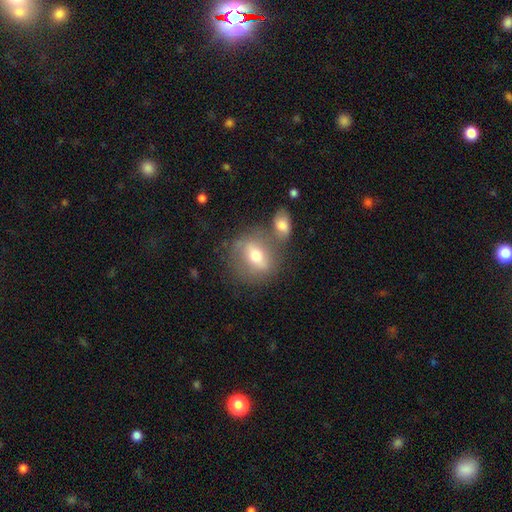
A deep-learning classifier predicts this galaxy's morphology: A smooth galaxy with no disk features (51%) that is round (49%). Merging: none (56%).